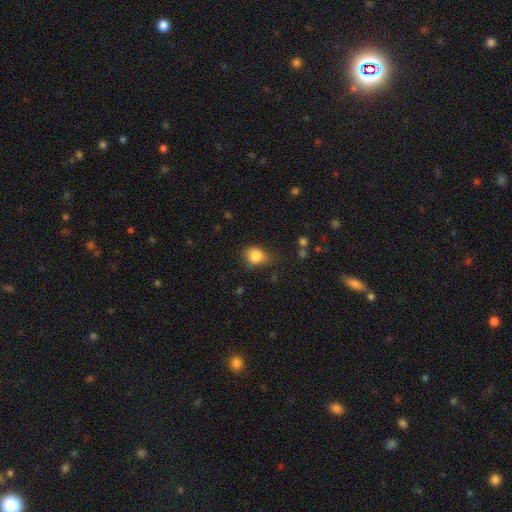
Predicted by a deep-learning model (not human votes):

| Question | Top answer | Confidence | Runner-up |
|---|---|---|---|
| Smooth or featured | smooth | 83% | star or artifact (10%) |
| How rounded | in between | 55% | round (44%) |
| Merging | none | 51% | minor disturbance (34%) |